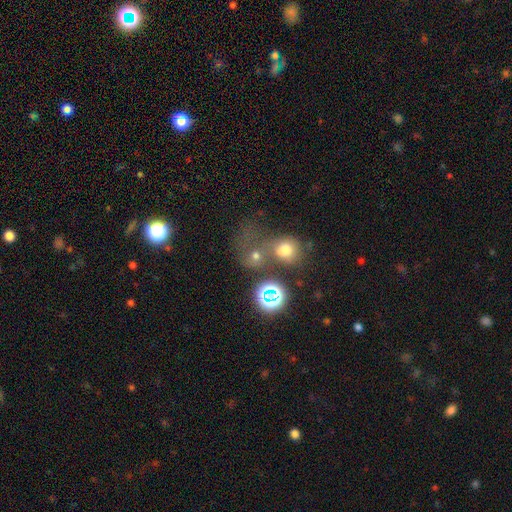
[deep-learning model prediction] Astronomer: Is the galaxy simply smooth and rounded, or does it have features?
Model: smooth — 63%.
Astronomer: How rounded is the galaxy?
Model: round — 73%.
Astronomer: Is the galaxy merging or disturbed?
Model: merger — 47% (runner-up: none, 32%).